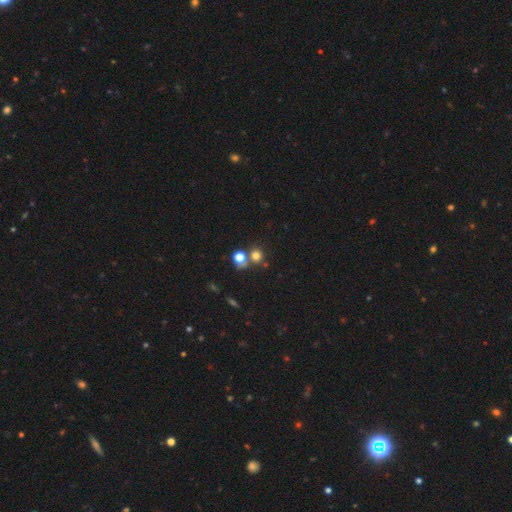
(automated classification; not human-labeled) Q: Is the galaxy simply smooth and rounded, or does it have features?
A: smooth — 72%.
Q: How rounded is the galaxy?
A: round — 86%.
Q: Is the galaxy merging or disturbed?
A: none — 62%.